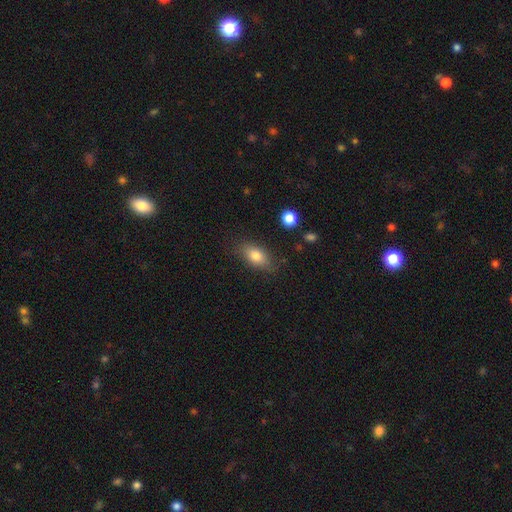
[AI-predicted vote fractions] The model was most divided on "merging": none: 78%, minor disturbance: 16%, major disturbance: 4%, merger: 2%. More confident: how rounded — in between (85%); smooth or featured — smooth (80%).